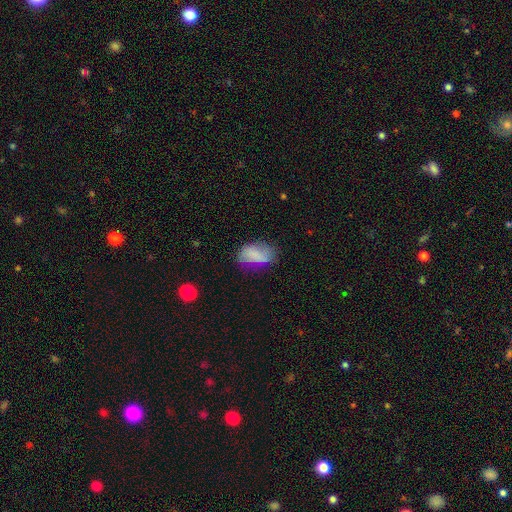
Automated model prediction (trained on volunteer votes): Morphology: type=smooth (72%); roundness=in between (89%); merging=none (50%).